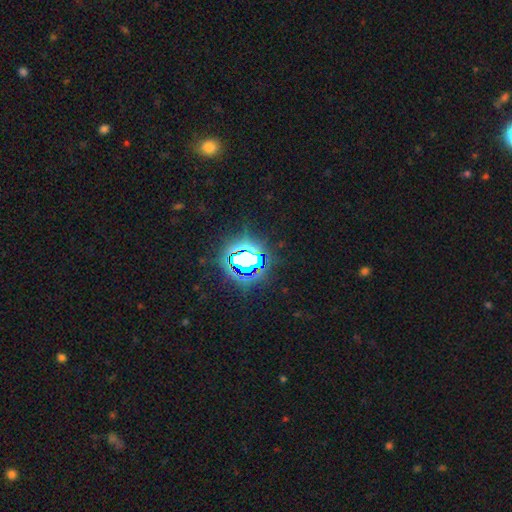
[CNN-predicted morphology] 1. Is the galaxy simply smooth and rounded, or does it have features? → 80% star or artifact, 13% smooth, 8% featured or disk.